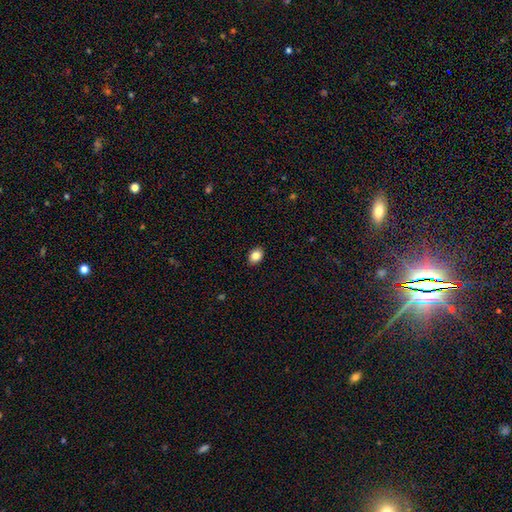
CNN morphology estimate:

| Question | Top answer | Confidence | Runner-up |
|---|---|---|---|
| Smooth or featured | smooth | 85% | star or artifact (9%) |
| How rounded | in between | 70% | round (29%) |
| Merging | none | 90% | minor disturbance (7%) |